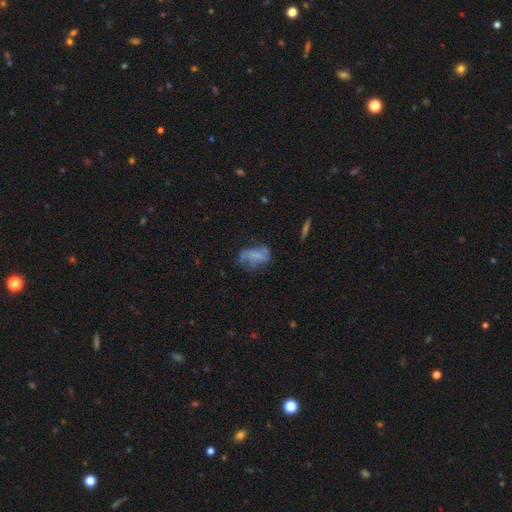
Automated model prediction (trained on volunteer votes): A smooth galaxy with no disk features (47%). Merging: none (39%).